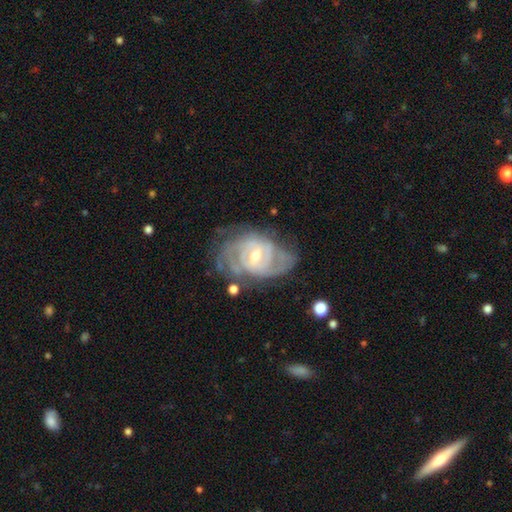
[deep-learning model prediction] Morphology: type=featured or disk (88%); edge-on=no (97%); bar=weak (54%); spiral arms=yes (95%); winding=tight (65%); arm count=can't tell (33%); bulge=moderate (49%); merging=none (61%).